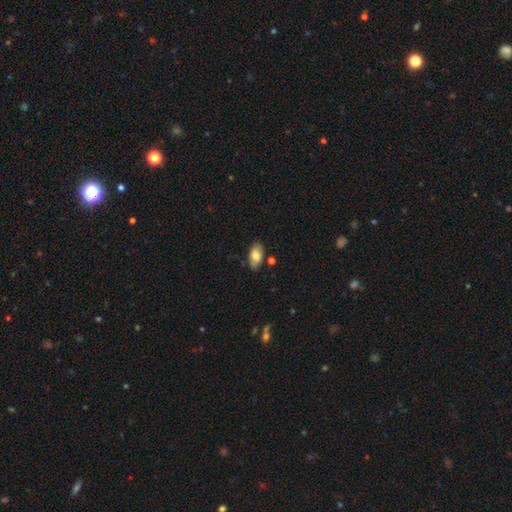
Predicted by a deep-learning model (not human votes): smooth_or_featured: smooth (p=0.76) [alt: featured or disk p=0.18]
how_rounded: in between (p=0.93) [alt: round p=0.04]
merging: none (p=0.75) [alt: minor disturbance p=0.18]